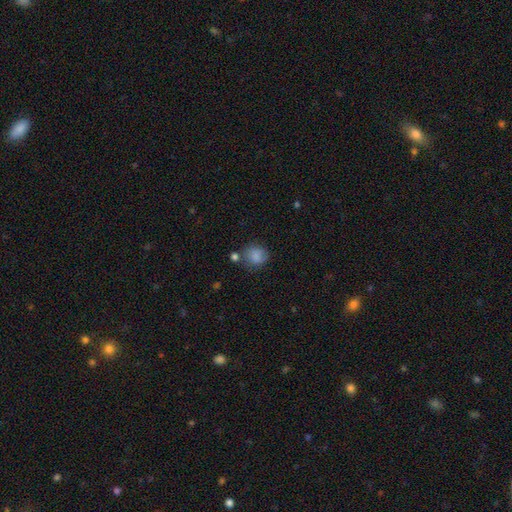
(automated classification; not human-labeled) A smooth galaxy with no disk features (83%) that is round (79%).

Vote fractions:
- Smooth or featured? smooth: 83% / star or artifact: 9% / featured or disk: 7%
- How rounded? round: 79% / in between: 20% / cigar-shaped: 1%
- Merging? none: 69% / minor disturbance: 17% / merger: 8% / major disturbance: 5%